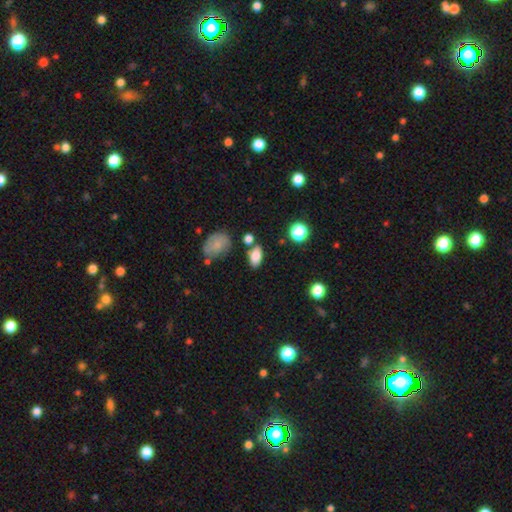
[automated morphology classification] This is likely a smooth galaxy (80%). How rounded: clearly in between (87%). Merging: likely none (73%).